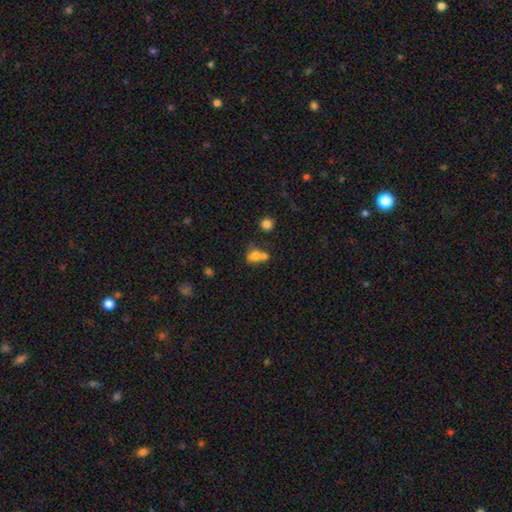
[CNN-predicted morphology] Smooth or featured? smooth (71%)
How rounded? round (51%)
Merging? merger (53%)